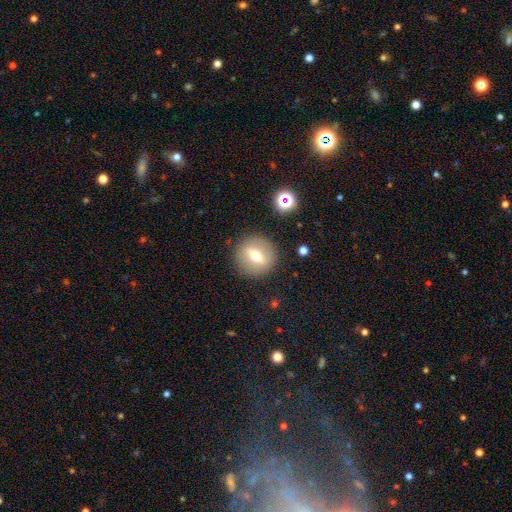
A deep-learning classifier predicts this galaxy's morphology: Q: Smooth or featured?
A: smooth (55%); runner-up: featured or disk (35%)
Q: How rounded?
A: round (90%); runner-up: in between (9%)
Q: Merging?
A: none (87%); runner-up: minor disturbance (8%)